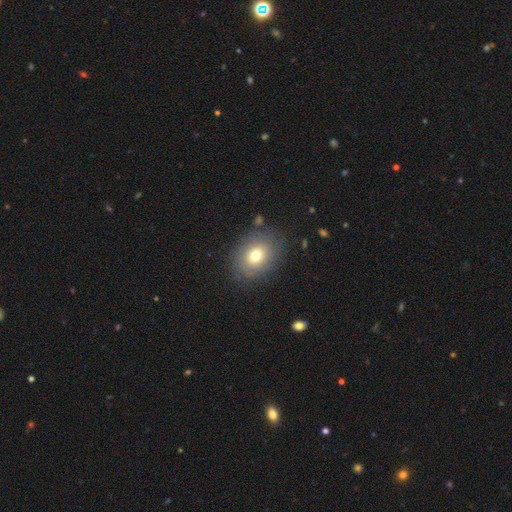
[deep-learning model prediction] Q: Smooth or featured?
A: smooth (73%); runner-up: featured or disk (15%)
Q: How rounded?
A: in between (57%); runner-up: round (42%)
Q: Merging?
A: none (82%); runner-up: minor disturbance (12%)